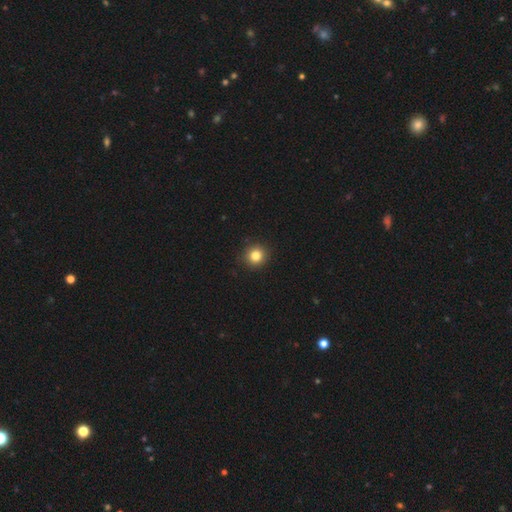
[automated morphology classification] A smooth galaxy with no disk features (83%) that is round (91%).

Vote fractions:
- Smooth or featured? smooth: 83% / star or artifact: 12% / featured or disk: 6%
- How rounded? round: 91% / in between: 8% / cigar-shaped: 1%
- Merging? none: 91% / minor disturbance: 6% / major disturbance: 2% / merger: 1%